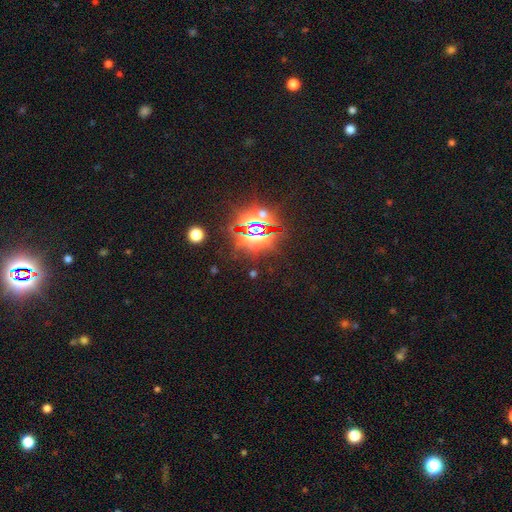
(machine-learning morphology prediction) Overall: star or artifact (86%).